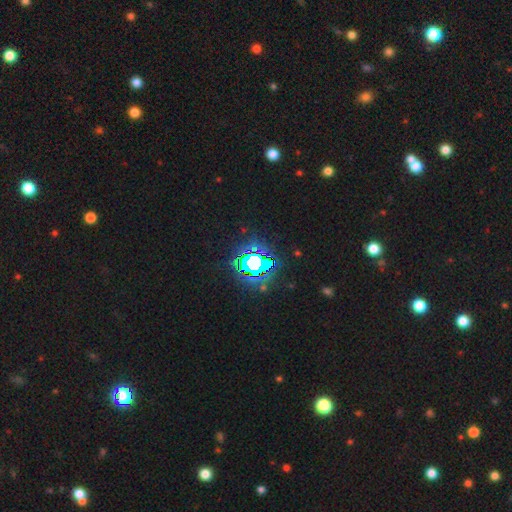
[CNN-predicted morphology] A star or artifact, not a galaxy (73%).